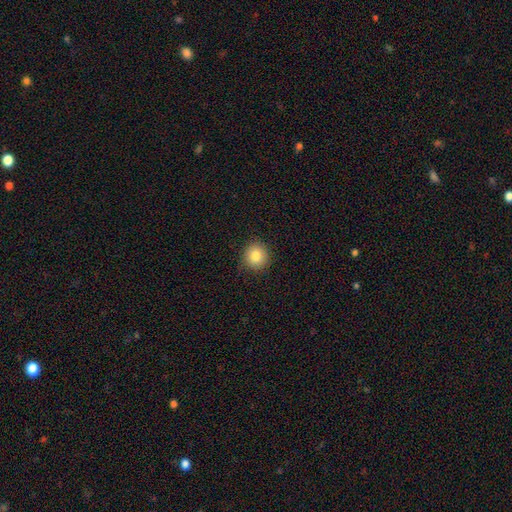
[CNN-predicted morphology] smooth_or_featured: smooth (p=0.84) [alt: star or artifact p=0.10]
how_rounded: round (p=0.91) [alt: in between p=0.08]
merging: none (p=0.88) [alt: minor disturbance p=0.09]